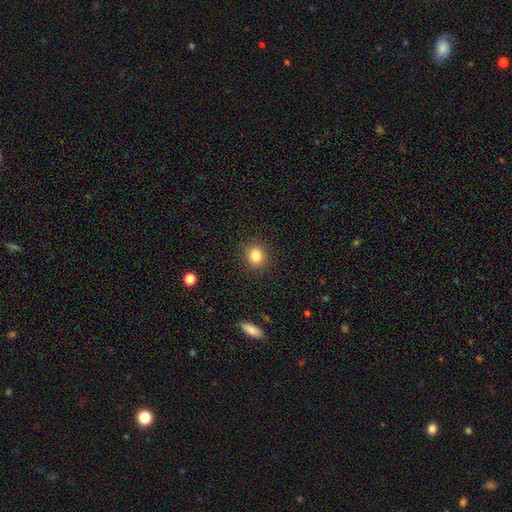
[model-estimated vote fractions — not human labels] This appears to be a smooth galaxy with no disk features (83%) that is round (84%). Merging: none (90%).